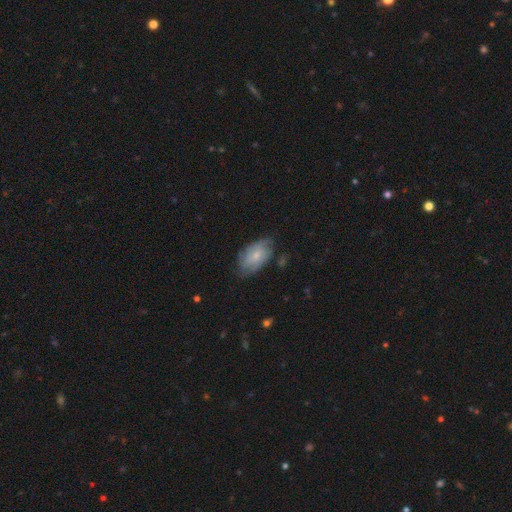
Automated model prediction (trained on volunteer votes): A featured or disk galaxy (57%) with no bar (75%), spiral arms (83%) and a small central bulge (65%). Merging: none (64%).